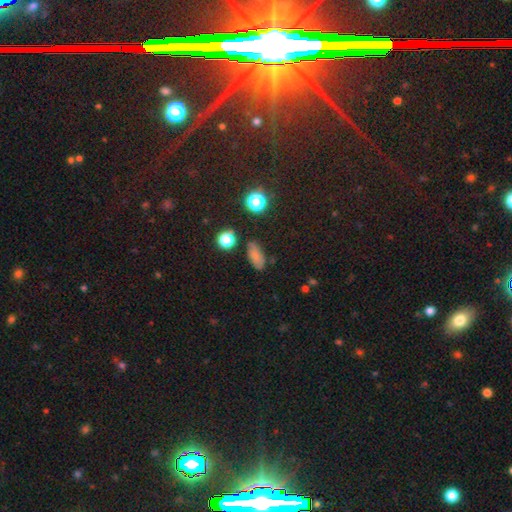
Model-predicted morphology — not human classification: Smooth or featured: smooth — 75% (star or artifact — 16%)
How rounded: in between — 78% (cigar-shaped — 13%)
Merging: none — 75% (minor disturbance — 17%)